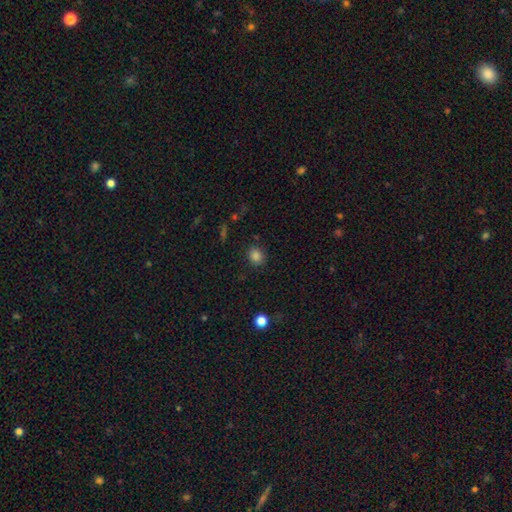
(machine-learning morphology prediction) Smooth or featured? smooth (83%)
How rounded? round (67%)
Merging? none (84%)